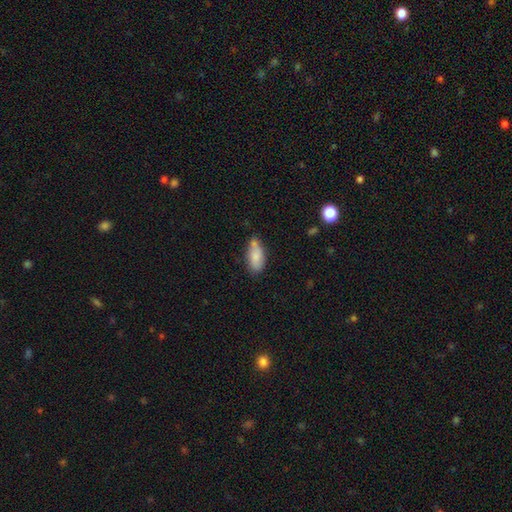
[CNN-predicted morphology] Smooth or featured: smooth — 81% (featured or disk — 12%)
How rounded: in between — 84% (cigar-shaped — 13%)
Merging: none — 58% (minor disturbance — 24%)